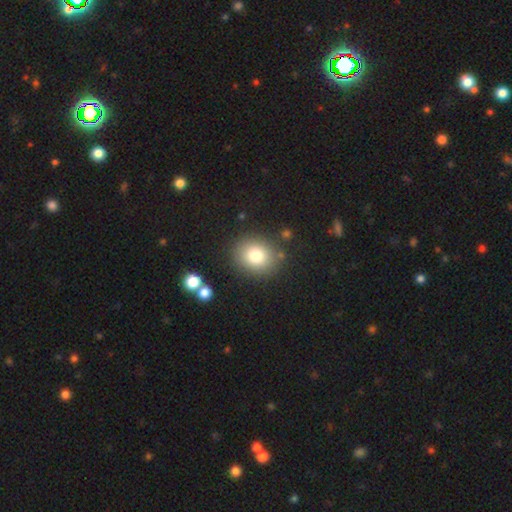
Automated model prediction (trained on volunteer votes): smooth 80%, star or artifact 11%, featured or disk 9%. Down the decision tree: how rounded — round (66%); merging — none (83%).